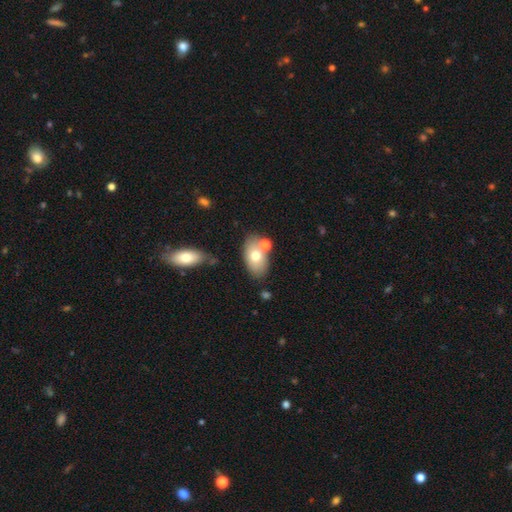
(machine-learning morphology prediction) Overall: smooth (69%). How rounded: in between (90%). Merging: none (63%).